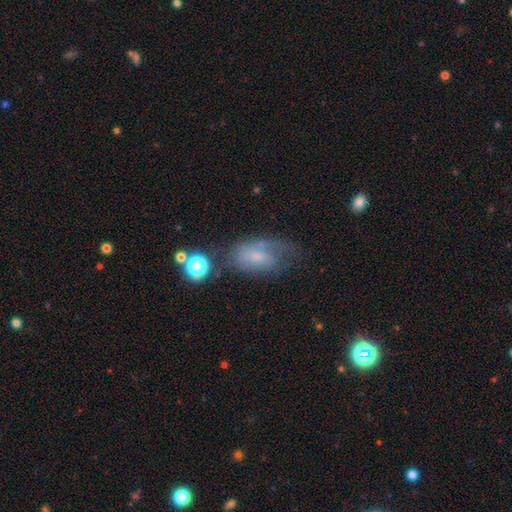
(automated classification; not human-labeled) smooth-or-featured: featured or disk: 52% | smooth: 36% | star or artifact: 12%
  disk-edge-on: no: 94% | yes: 6%
  merging: none: 45% | minor disturbance: 26% | major disturbance: 23% | merger: 6%